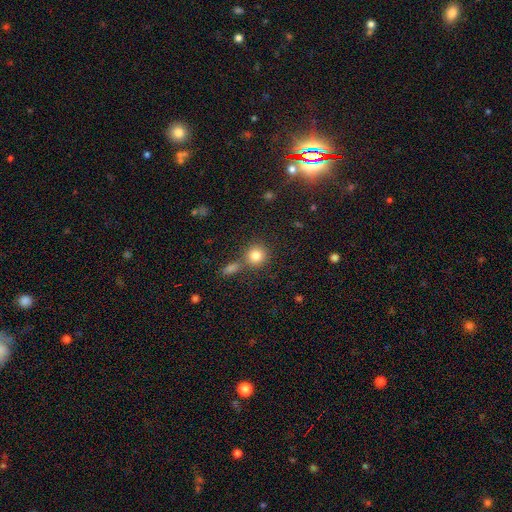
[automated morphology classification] Q: Smooth or featured?
A: smooth (84%); runner-up: star or artifact (10%)
Q: How rounded?
A: round (87%); runner-up: in between (12%)
Q: Merging?
A: none (66%); runner-up: merger (20%)